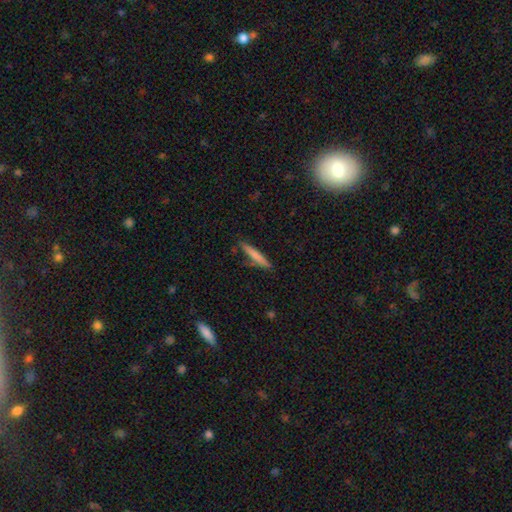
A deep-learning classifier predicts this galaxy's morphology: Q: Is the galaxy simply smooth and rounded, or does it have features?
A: smooth — 74%.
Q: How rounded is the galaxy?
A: cigar-shaped — 92%.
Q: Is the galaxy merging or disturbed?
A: none — 78%.